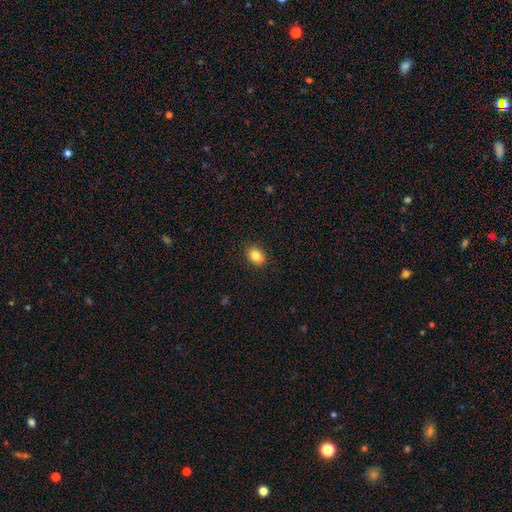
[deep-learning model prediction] This is clearly a smooth galaxy (84%). How rounded: likely in between (69%). Merging: clearly none (89%).